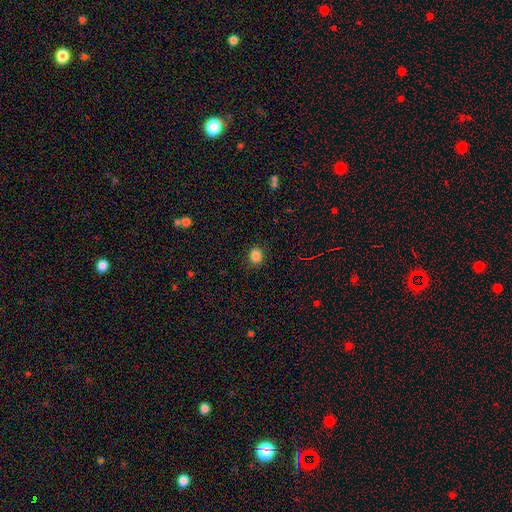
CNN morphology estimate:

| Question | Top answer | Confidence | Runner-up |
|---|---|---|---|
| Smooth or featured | smooth | 86% | star or artifact (11%) |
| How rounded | round | 62% | in between (37%) |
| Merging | none | 87% | minor disturbance (9%) |